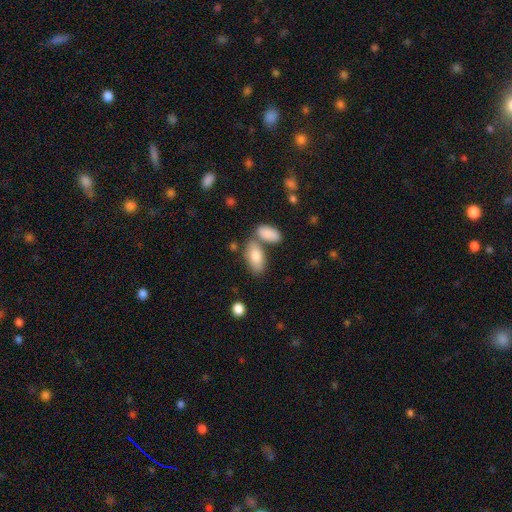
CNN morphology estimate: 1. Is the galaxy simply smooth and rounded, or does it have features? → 81% smooth, 13% featured or disk, 6% star or artifact.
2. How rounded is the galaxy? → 91% in between, 6% cigar-shaped, 3% round.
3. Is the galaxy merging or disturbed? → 55% none, 28% merger, 12% minor disturbance, 4% major disturbance.